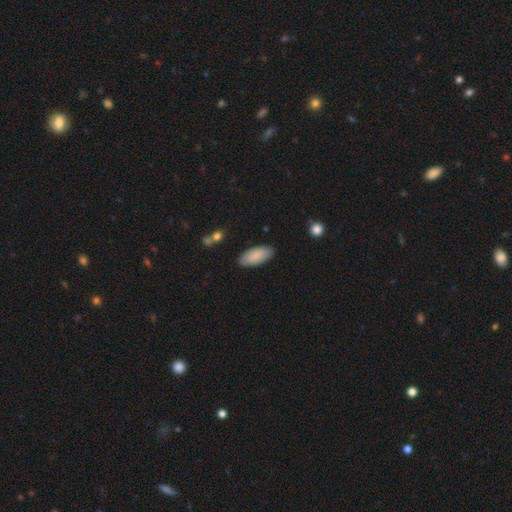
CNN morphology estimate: The model was most divided on "merging": none: 87%, minor disturbance: 10%, major disturbance: 2%, merger: 1%. More confident: smooth or featured — smooth (89%); how rounded — in between (88%).